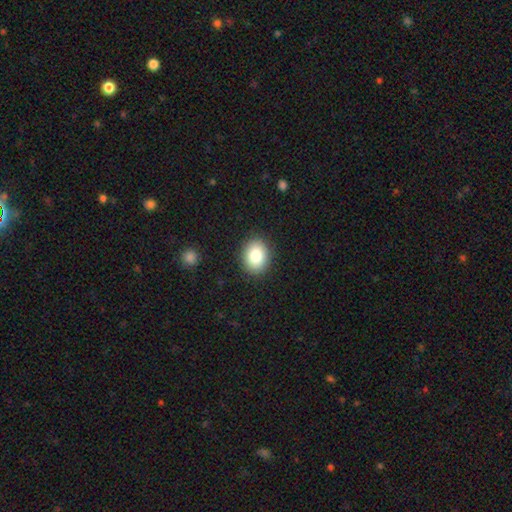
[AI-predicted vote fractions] Smooth or featured? Predicted: smooth (p=0.84). How rounded? Predicted: in between (p=0.58). Merging? Predicted: none (p=0.89).